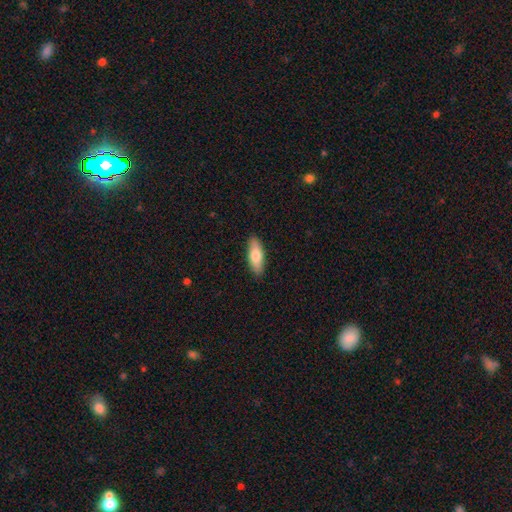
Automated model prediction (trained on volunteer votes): Morphology: type=smooth (75%); roundness=in between (62%); merging=none (89%).